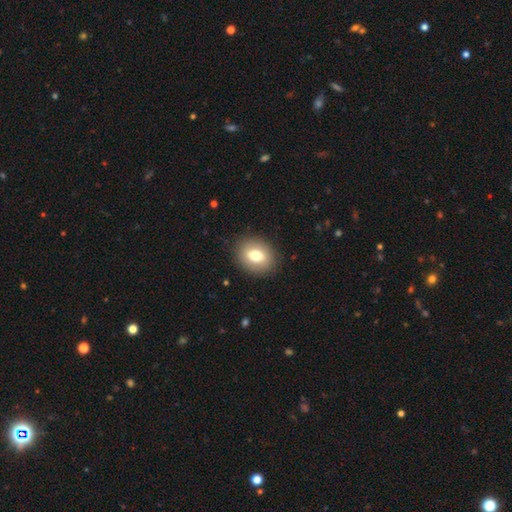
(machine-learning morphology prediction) A smooth galaxy with no disk features (72%) that is in between round and cigar-shaped (54%). Merging: none (89%).